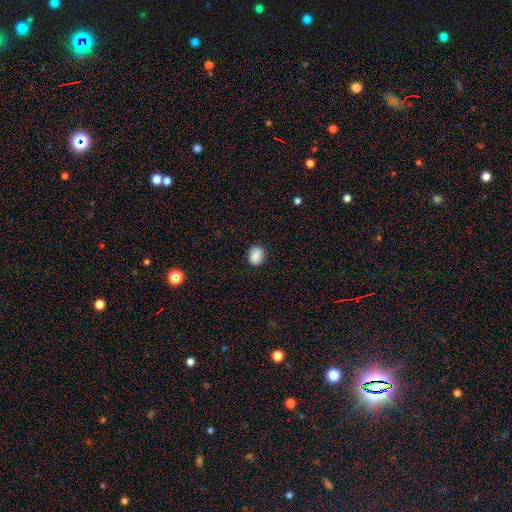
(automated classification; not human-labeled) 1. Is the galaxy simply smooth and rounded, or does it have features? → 88% smooth, 8% star or artifact, 4% featured or disk.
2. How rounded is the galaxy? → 50% in between, 49% round, 1% cigar-shaped.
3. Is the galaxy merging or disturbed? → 88% none, 9% minor disturbance, 2% major disturbance, 1% merger.